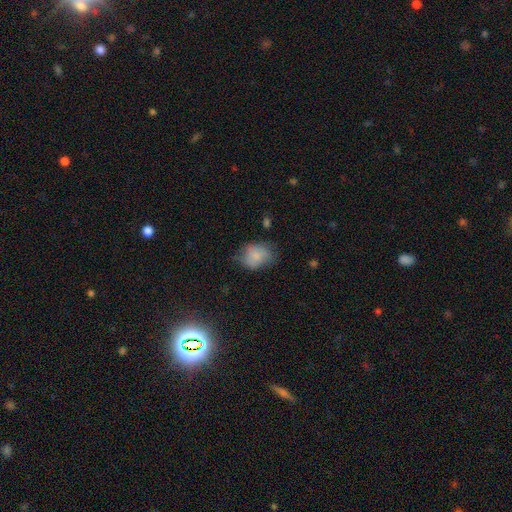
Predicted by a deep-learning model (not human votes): smooth 76%, featured or disk 15%, star or artifact 9%. Down the decision tree: how rounded — in between (59%); merging — none (49%).